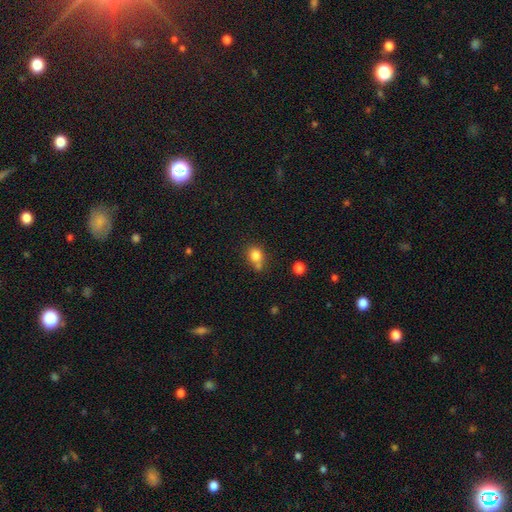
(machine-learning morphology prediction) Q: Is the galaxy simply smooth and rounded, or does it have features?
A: smooth — 80%.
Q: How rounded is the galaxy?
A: round — 65%.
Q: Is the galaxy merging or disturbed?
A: none — 51%.